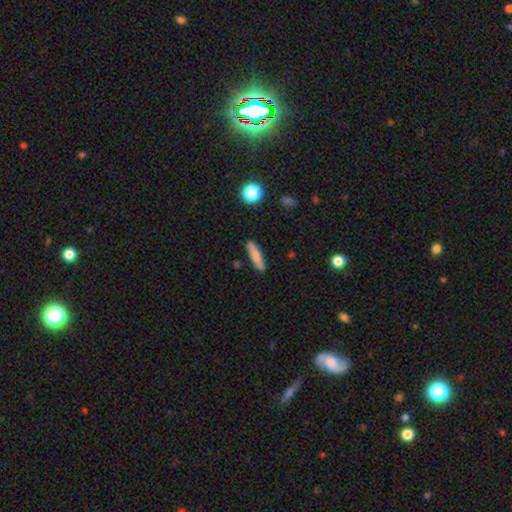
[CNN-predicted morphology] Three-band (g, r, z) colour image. It shows a smooth galaxy with no disk features (75%) that is cigar-shaped (81%). Merging: none (86%).